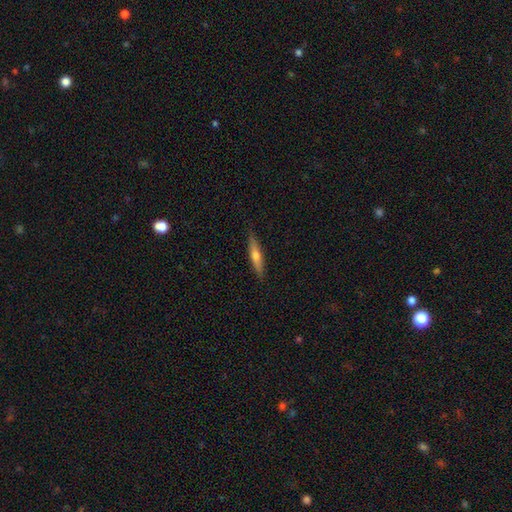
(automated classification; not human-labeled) This appears to be a featured or disk galaxy (48%). Merging: none (88%).